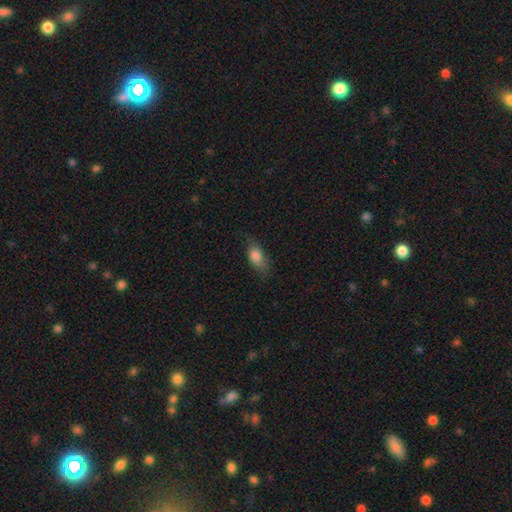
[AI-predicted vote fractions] Smooth or featured?
  - smooth: 80% *
  - featured or disk: 12%
  - star or artifact: 8%
How rounded?
  - in between: 82% *
  - cigar-shaped: 11%
  - round: 7%
Merging?
  - none: 64% *
  - minor disturbance: 26%
  - major disturbance: 9%
  - merger: 1%